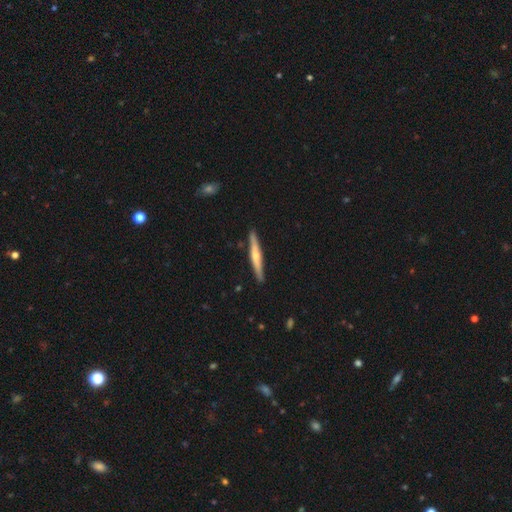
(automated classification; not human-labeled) The model was most divided on "smooth or featured": featured or disk: 56%, smooth: 39%, star or artifact: 5%. More confident: edge-on disk — yes (96%); merging — none (90%); edge-on bulge — rounded (78%).